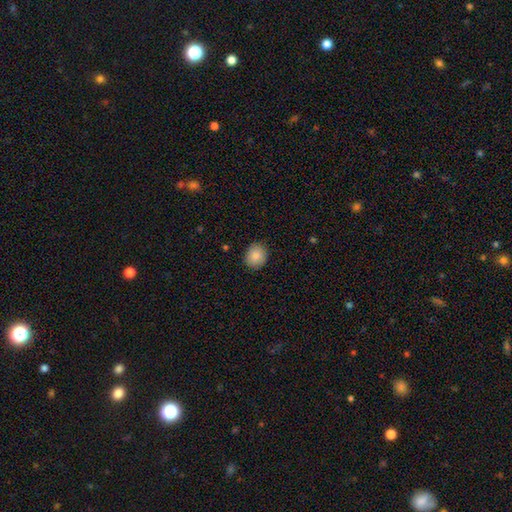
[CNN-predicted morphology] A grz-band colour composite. It shows a smooth galaxy with no disk features (88%) that is round (71%). Merging: none (89%).